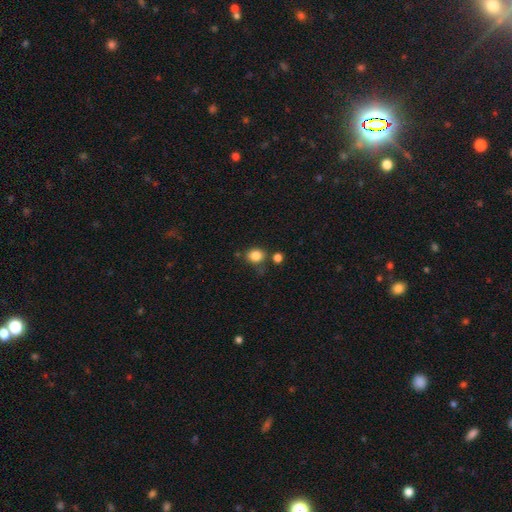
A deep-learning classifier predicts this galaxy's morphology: Q: Smooth or featured?
A: smooth (84%); runner-up: star or artifact (11%)
Q: How rounded?
A: round (63%); runner-up: in between (36%)
Q: Merging?
A: none (68%); runner-up: minor disturbance (15%)